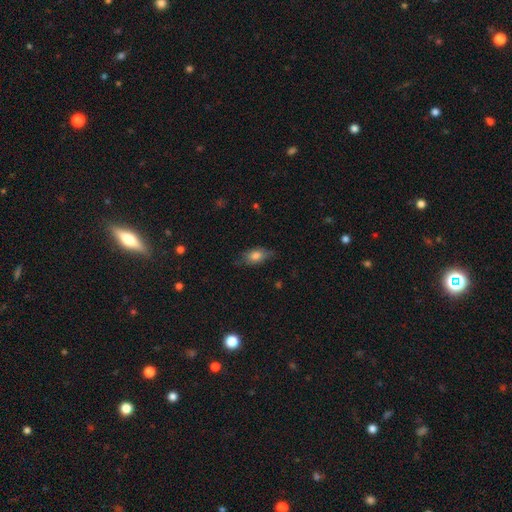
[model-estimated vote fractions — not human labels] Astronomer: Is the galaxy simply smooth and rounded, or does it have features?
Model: smooth — 75%.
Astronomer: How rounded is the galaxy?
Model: in between — 86%.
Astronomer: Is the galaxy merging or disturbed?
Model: none — 68%.